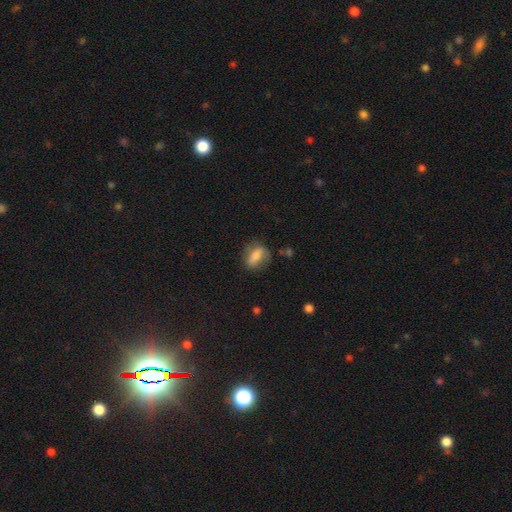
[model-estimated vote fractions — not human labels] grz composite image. It shows a smooth galaxy with no disk features (72%) that is in between round and cigar-shaped (74%). Merging: none (64%).